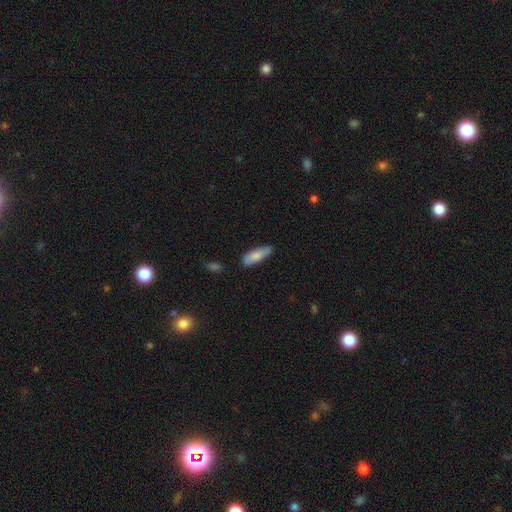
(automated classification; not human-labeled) smooth_or_featured: smooth (p=0.81) [alt: featured or disk p=0.14]
how_rounded: in between (p=0.53) [alt: cigar-shaped p=0.46]
merging: none (p=0.73) [alt: minor disturbance p=0.21]